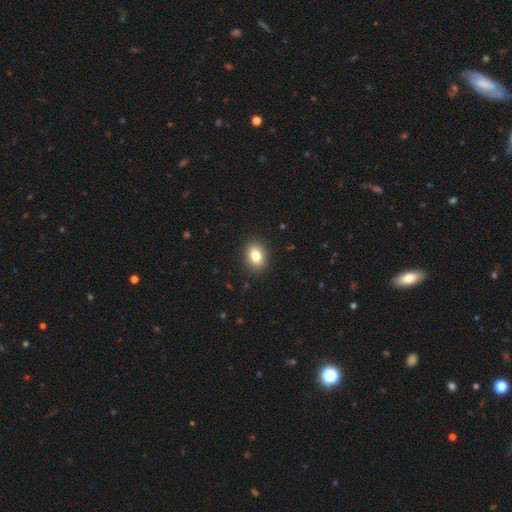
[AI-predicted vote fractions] The model was most divided on "how rounded": in between: 69%, round: 30%, cigar-shaped: 1%. More confident: merging — none (89%); smooth or featured — smooth (81%).